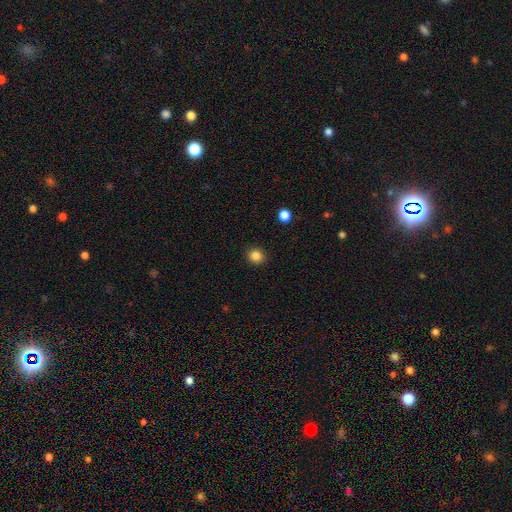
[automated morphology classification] A smooth galaxy with no disk features (86%) that is round (86%). Merging: none (91%).